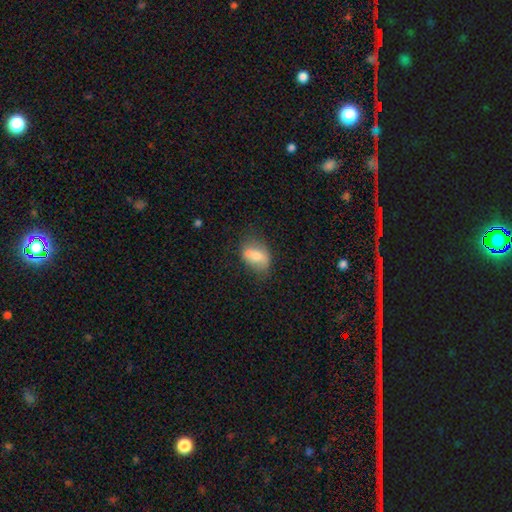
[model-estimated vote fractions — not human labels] Smooth or featured: smooth — 64% (featured or disk — 28%)
How rounded: in between — 79% (round — 19%)
Merging: none — 52% (minor disturbance — 27%)